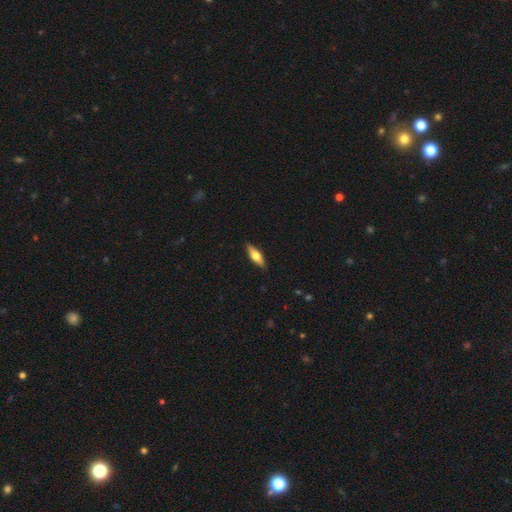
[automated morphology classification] The model was most divided on "smooth or featured": smooth: 49%, featured or disk: 46%, star or artifact: 6%. More confident: merging — none (89%).